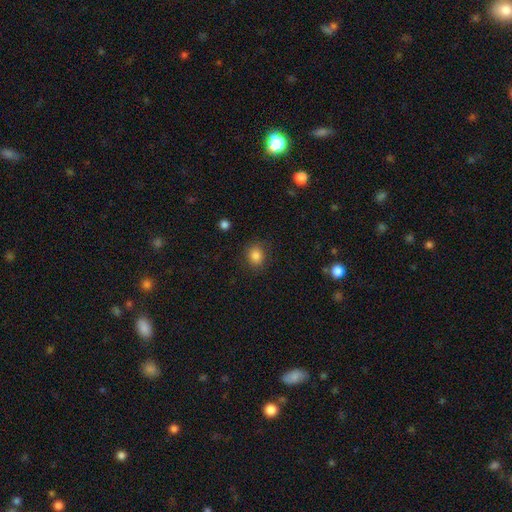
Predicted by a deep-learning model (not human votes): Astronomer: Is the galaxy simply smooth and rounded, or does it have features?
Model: smooth — 84%.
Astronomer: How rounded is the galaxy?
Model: round — 68%.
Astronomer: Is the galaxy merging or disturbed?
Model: none — 87%.